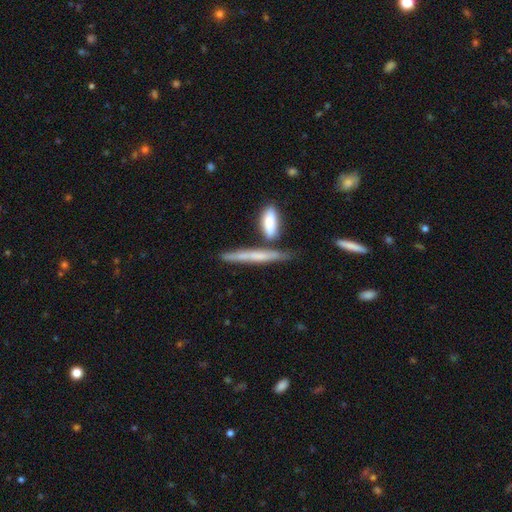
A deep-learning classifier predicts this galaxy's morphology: smooth_or_featured: smooth (p=0.47) [alt: featured or disk p=0.45]
merging: none (p=0.63) [alt: merger p=0.17]